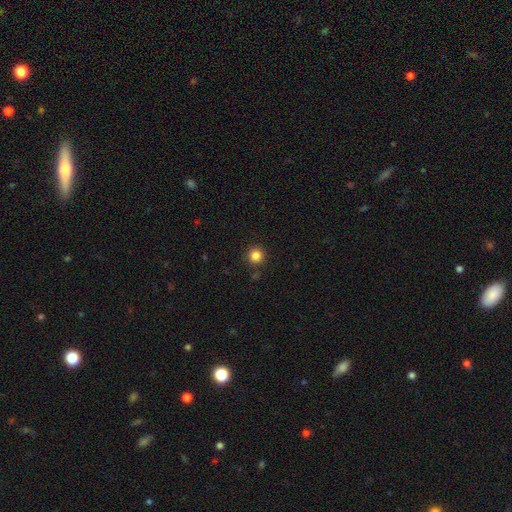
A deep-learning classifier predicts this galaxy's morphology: smooth-or-featured: smooth: 84% | star or artifact: 12% | featured or disk: 4%
  how-rounded: round: 96% | in between: 3% | cigar-shaped: 1%
  merging: none: 90% | minor disturbance: 6% | merger: 2% | major disturbance: 2%